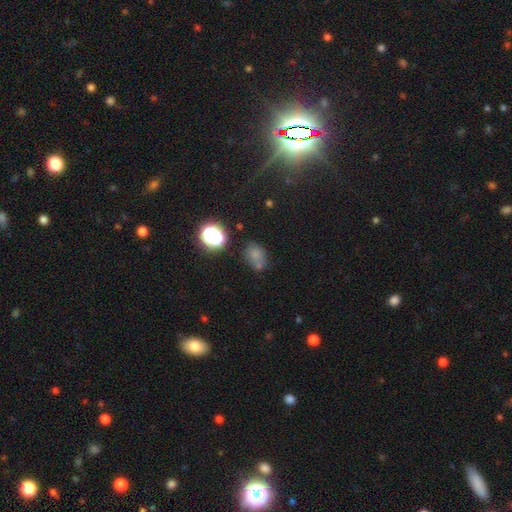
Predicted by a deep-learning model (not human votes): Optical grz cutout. It shows a smooth galaxy with no disk features (67%) that is in between round and cigar-shaped (58%). Merging: none (53%).